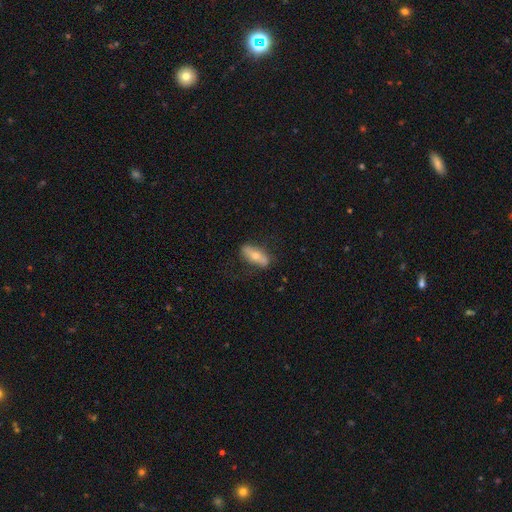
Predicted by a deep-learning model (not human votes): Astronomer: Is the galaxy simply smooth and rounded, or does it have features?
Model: smooth — 52% (runner-up: featured or disk, 42%).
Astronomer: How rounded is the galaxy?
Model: in between — 59% (runner-up: cigar-shaped, 37%).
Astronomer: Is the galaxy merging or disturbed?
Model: none — 77%.